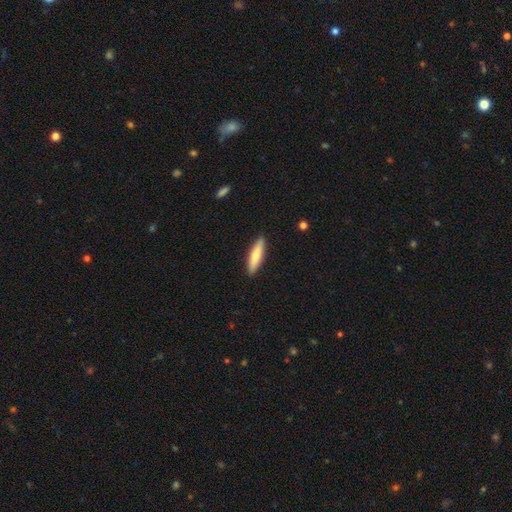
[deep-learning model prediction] This is likely a smooth galaxy (68%). How rounded: likely cigar-shaped (75%). Merging: clearly none (90%).